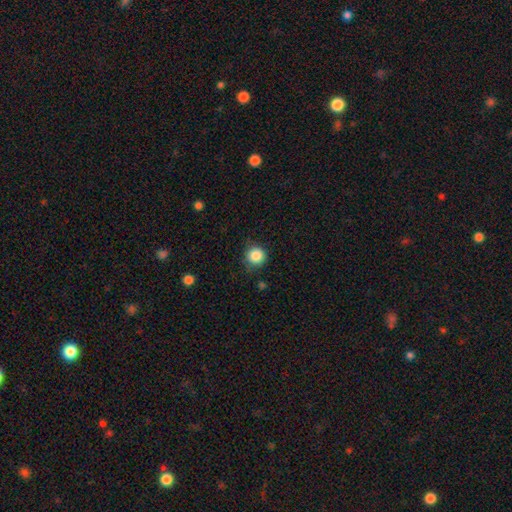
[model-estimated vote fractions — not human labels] Smooth or featured: smooth — 86% (star or artifact — 10%)
How rounded: round — 94% (in between — 5%)
Merging: none — 83% (minor disturbance — 13%)